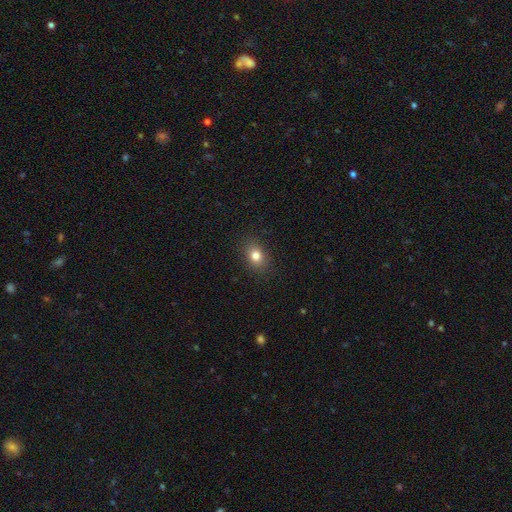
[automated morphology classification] smooth-or-featured: smooth: 80% | star or artifact: 11% | featured or disk: 8%
  how-rounded: in between: 61% | round: 37% | cigar-shaped: 1%
  merging: none: 88% | minor disturbance: 9% | major disturbance: 3% | merger: 1%